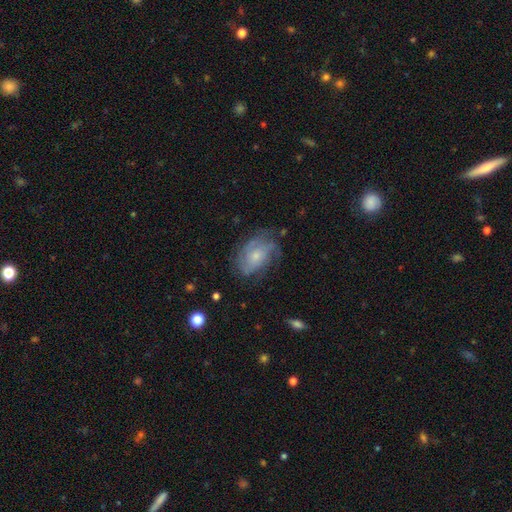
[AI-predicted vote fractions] A featured or disk galaxy (67%) with no bar (75%), tight (47%) spiral arms (87%) and a small central bulge (59%). Merging: none (62%).